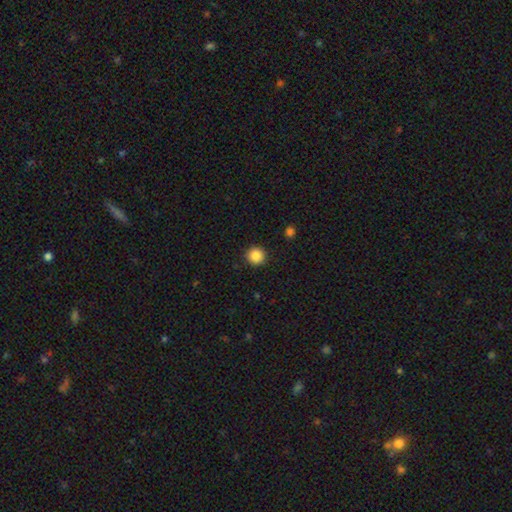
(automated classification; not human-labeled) Smooth or featured? smooth (86%)
How rounded? round (95%)
Merging? none (92%)